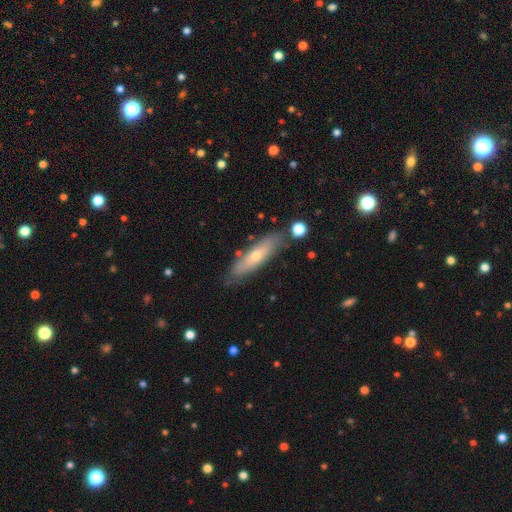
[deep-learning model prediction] Overall: smooth (48%; featured or disk 45%). Merging: none (79%).